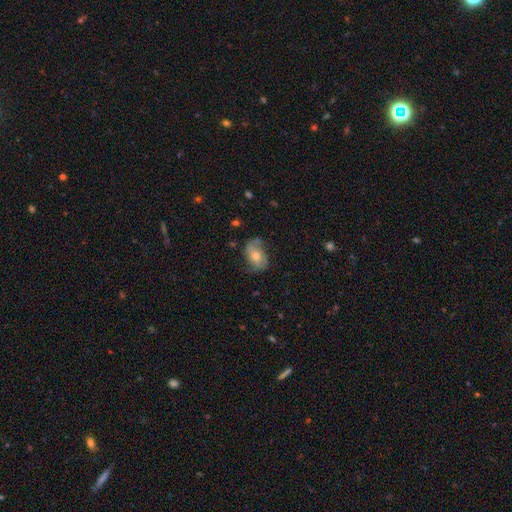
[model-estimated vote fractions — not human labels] Smooth or featured? Predicted: featured or disk (p=0.57). Edge-on disk? Predicted: no (p=0.95). Bar? Predicted: no (p=0.68). Spiral arms? Predicted: yes (p=0.80). Bulge size? Predicted: moderate (p=0.65). Merging? Predicted: none (p=0.64).